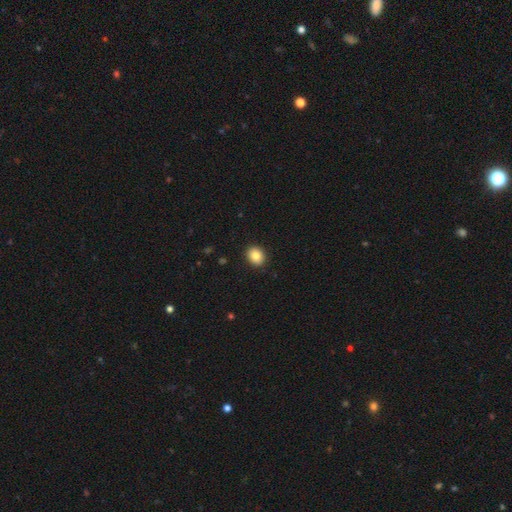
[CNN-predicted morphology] A smooth galaxy with no disk features (85%) that is round (64%). Merging: none (91%).